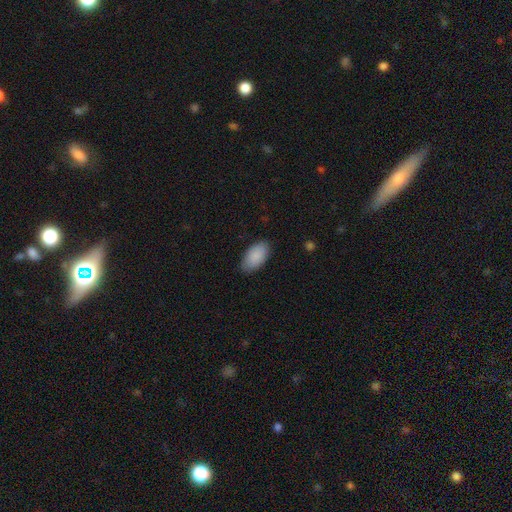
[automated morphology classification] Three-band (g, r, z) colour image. It shows a smooth galaxy with no disk features (90%) that is in between round and cigar-shaped (95%). Merging: none (84%).